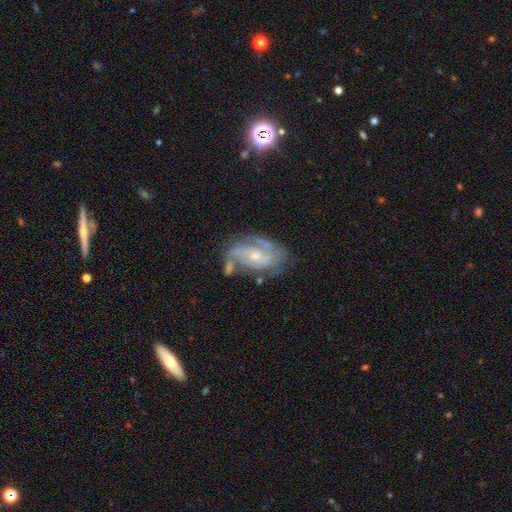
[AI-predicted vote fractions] The model was most divided on "spiral winding": tight: 50%, medium: 39%, loose: 11%. More confident: edge-on disk — no (96%); spiral arms — yes (94%); smooth or featured — featured or disk (84%); bulge size — small (63%); bar — no (61%); merging — none (57%); spiral arm count — 2 (57%).